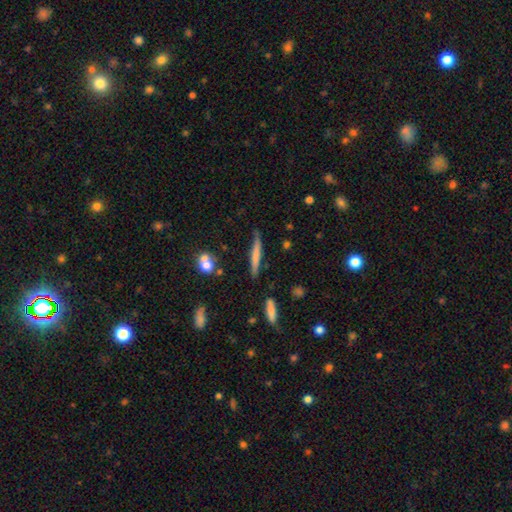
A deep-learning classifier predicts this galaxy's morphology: smooth-or-featured: smooth: 58% | featured or disk: 36% | star or artifact: 7%
  how-rounded: cigar-shaped: 93% | in between: 5% | round: 2%
  merging: none: 78% | minor disturbance: 15% | merger: 3% | major disturbance: 3%